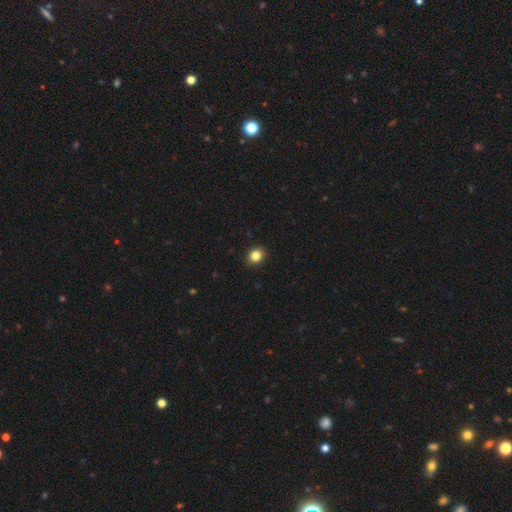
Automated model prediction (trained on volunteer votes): Smooth or featured? smooth (85%)
How rounded? round (73%)
Merging? none (91%)